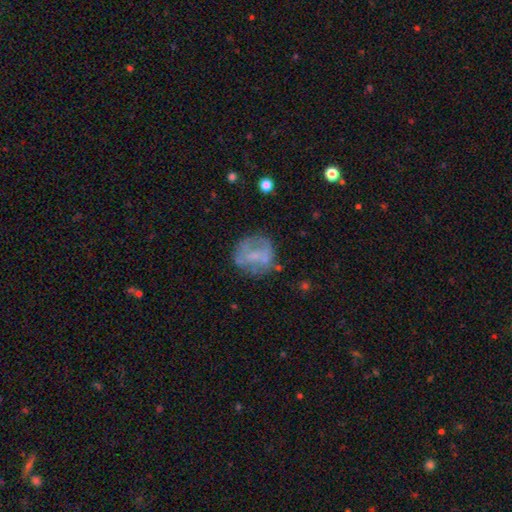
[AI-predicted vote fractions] Smooth or featured? featured or disk (47%)
Merging? none (61%)